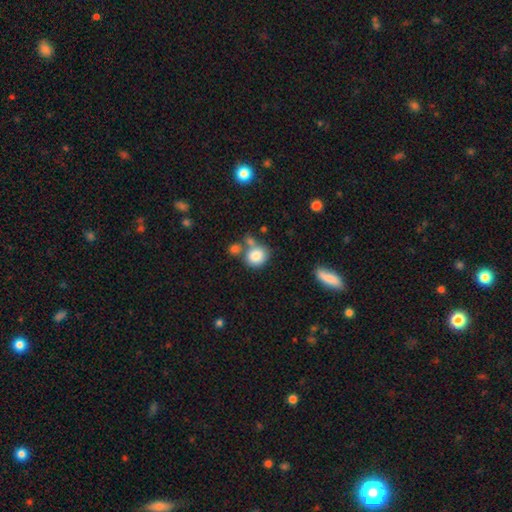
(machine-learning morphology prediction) This appears to be a smooth galaxy with no disk features (82%) that is round (73%). Merging: none (53%).